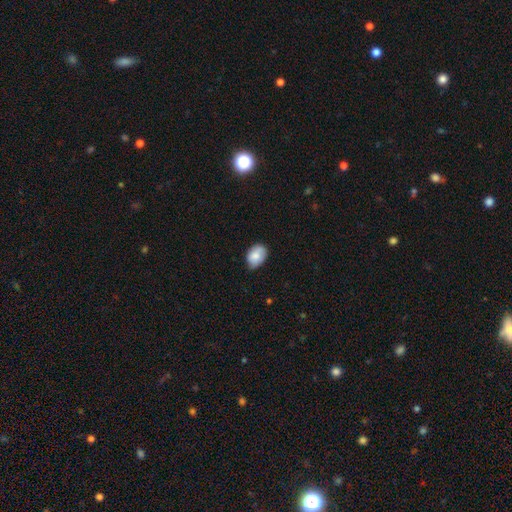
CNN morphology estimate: type=smooth (80%); roundness=in between (80%); merging=none (68%).